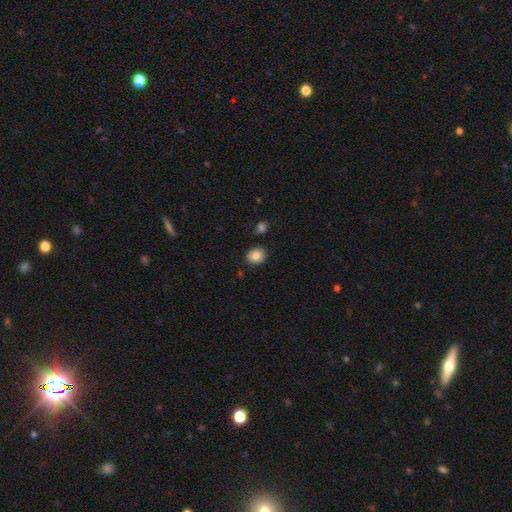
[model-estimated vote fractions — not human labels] Smooth or featured? Predicted: smooth (p=0.86). How rounded? Predicted: round (p=0.56). Merging? Predicted: none (p=0.84).